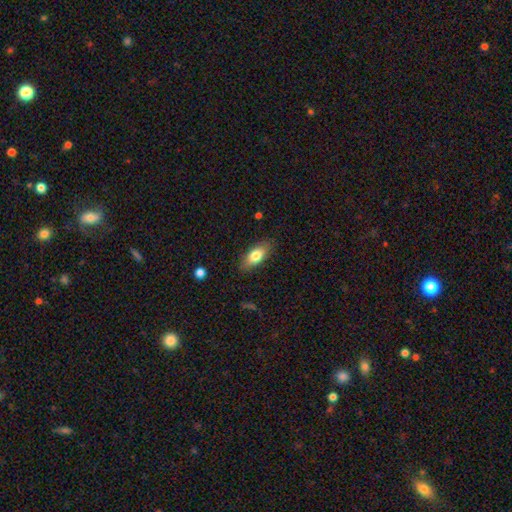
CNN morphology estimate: This appears to be a smooth galaxy with no disk features (78%) that is in between round and cigar-shaped (86%). Merging: none (84%).